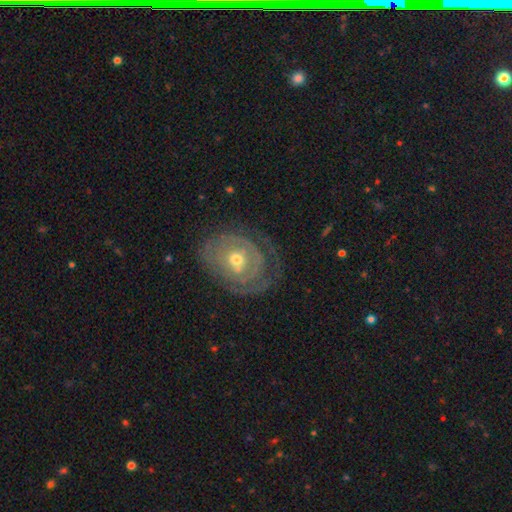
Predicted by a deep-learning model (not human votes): Smooth or featured: featured or disk — 79% (smooth — 13%)
Edge-on disk: no — 96% (yes — 4%)
Bar: no — 72% (weak — 22%)
Spiral arms: yes — 82% (no — 18%)
Spiral winding: tight — 77% (medium — 17%)
Spiral arm count: can't tell — 44% (2 — 24%)
Bulge size: moderate — 57% (small — 38%)
Merging: none — 69% (minor disturbance — 19%)